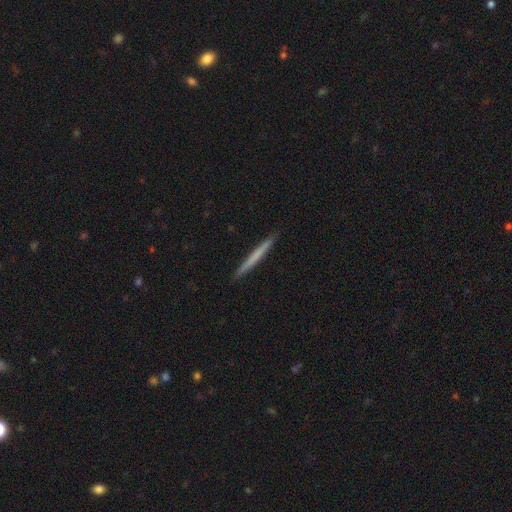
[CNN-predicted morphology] Overall: smooth (59%; featured or disk 36%). How rounded: cigar-shaped (97%). Merging: none (92%).